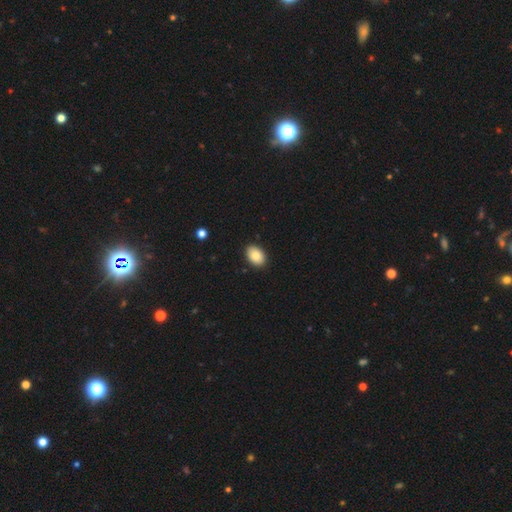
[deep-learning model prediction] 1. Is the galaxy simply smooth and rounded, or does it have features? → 85% smooth, 7% star or artifact, 7% featured or disk.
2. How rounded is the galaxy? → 86% in between, 13% round, 1% cigar-shaped.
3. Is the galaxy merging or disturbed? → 88% none, 9% minor disturbance, 2% major disturbance, 1% merger.